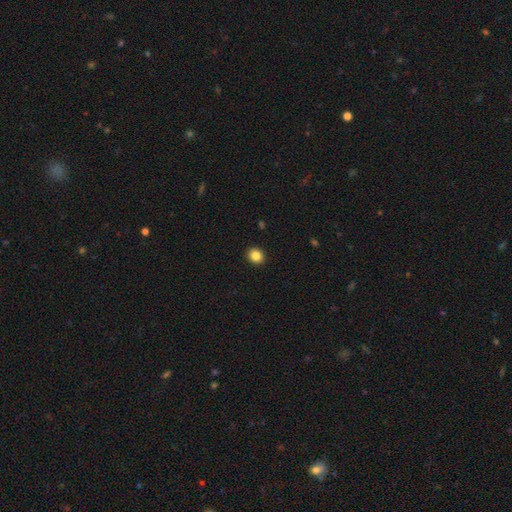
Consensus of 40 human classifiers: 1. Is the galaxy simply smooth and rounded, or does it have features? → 88% smooth, 10% star or artifact, 2% featured or disk.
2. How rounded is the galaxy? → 86% round, 14% in between, 0% cigar-shaped.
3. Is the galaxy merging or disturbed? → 94% none, 6% minor disturbance, 0% major disturbance, 0% merger.